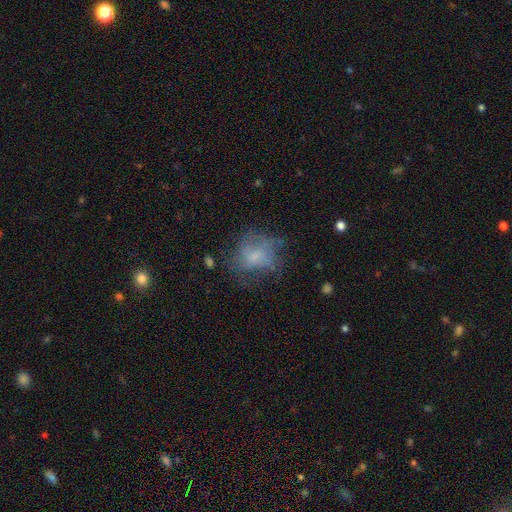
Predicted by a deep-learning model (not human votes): Smooth or featured? smooth (49%)
Merging? none (48%)